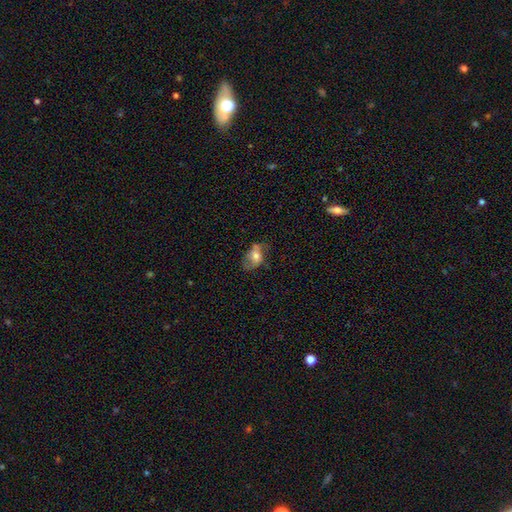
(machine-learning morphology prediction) A smooth galaxy with no disk features (57%) that is in between round and cigar-shaped (83%).

Vote fractions:
- Smooth or featured? smooth: 57% / featured or disk: 34% / star or artifact: 9%
- How rounded? in between: 83% / round: 15% / cigar-shaped: 2%
- Merging? none: 47% / minor disturbance: 31% / major disturbance: 18% / merger: 4%